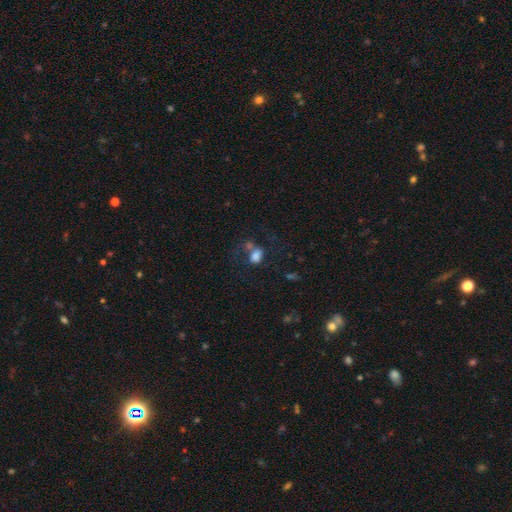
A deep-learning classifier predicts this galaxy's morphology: The model was most divided on "merging": none: 35%, merger: 32%, major disturbance: 17%, minor disturbance: 16%. More confident: smooth or featured — smooth (75%); how rounded — in between (67%).